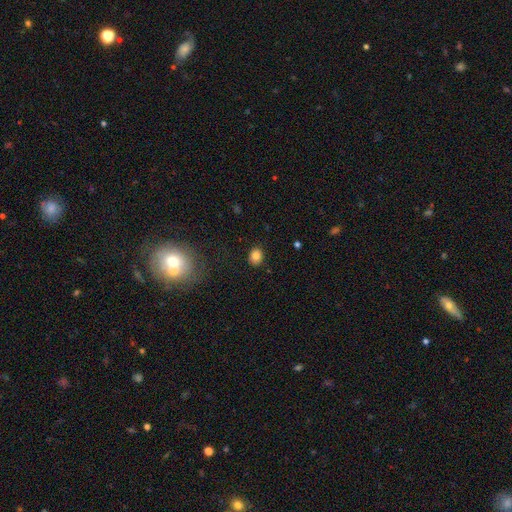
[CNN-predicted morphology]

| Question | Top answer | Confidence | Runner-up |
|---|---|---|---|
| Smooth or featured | smooth | 82% | star or artifact (11%) |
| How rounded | round | 65% | in between (35%) |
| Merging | none | 88% | minor disturbance (8%) |